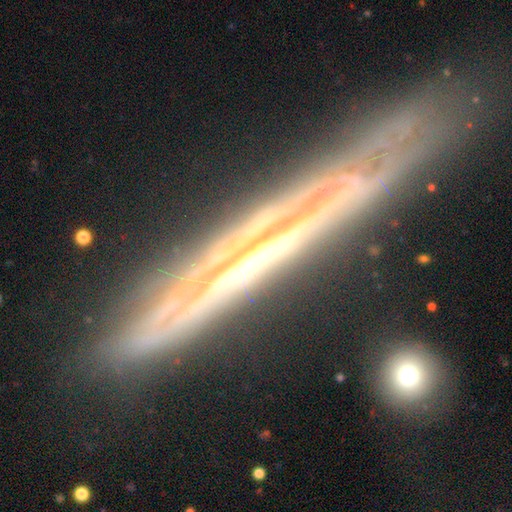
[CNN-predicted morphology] Overall: featured or disk (79%). Edge-on disk: yes (84%). Edge-on bulge: none (75%). Merging: none (75%).